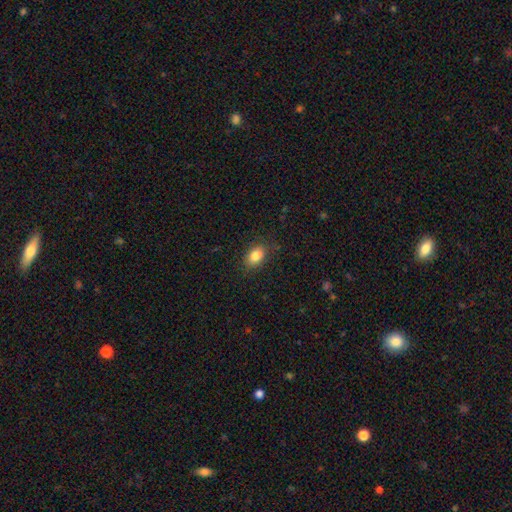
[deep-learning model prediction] Smooth or featured? Predicted: smooth (p=0.85). How rounded? Predicted: in between (p=0.85). Merging? Predicted: none (p=0.84).